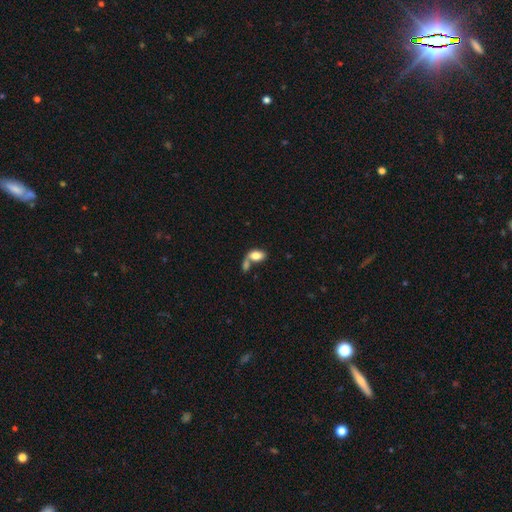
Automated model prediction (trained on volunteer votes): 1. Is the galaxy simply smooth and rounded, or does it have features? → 79% smooth, 14% featured or disk, 7% star or artifact.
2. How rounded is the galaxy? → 89% in between, 9% round, 2% cigar-shaped.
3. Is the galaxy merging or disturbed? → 51% merger, 30% none, 11% minor disturbance, 8% major disturbance.